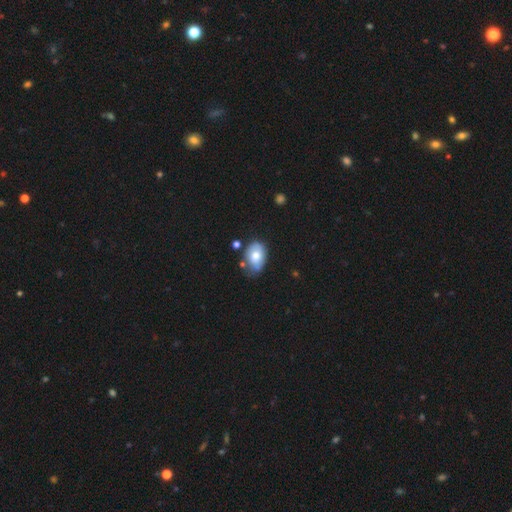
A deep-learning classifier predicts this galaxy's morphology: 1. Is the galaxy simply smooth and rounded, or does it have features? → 68% smooth, 25% featured or disk, 8% star or artifact.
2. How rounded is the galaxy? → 78% in between, 21% round, 1% cigar-shaped.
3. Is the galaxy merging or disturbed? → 51% none, 33% minor disturbance, 8% major disturbance, 8% merger.